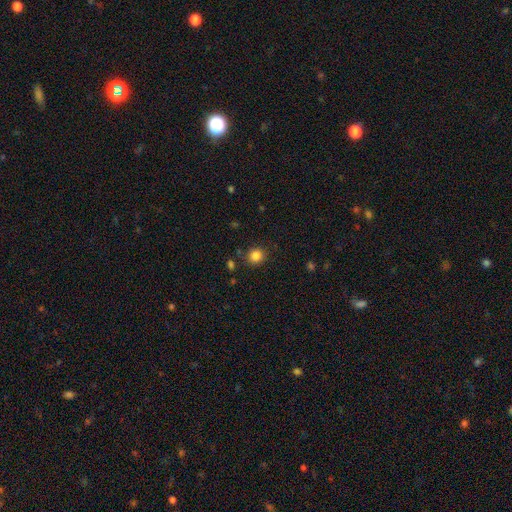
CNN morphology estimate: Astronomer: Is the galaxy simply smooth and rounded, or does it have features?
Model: smooth — 85%.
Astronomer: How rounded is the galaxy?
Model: round — 83%.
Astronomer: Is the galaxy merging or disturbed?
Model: none — 85%.